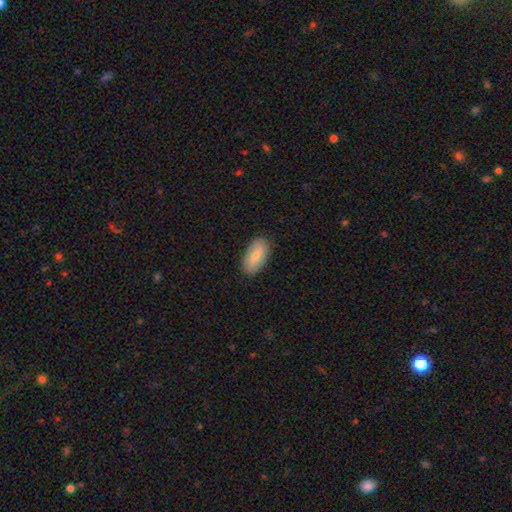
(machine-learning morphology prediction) This appears to be a smooth galaxy with no disk features (71%) that is in between round and cigar-shaped (93%). Merging: none (87%).